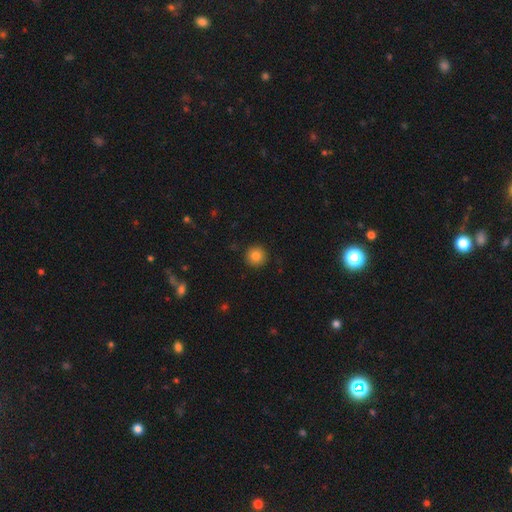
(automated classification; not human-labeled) Overall: smooth (84%). How rounded: round (95%). Merging: none (92%).